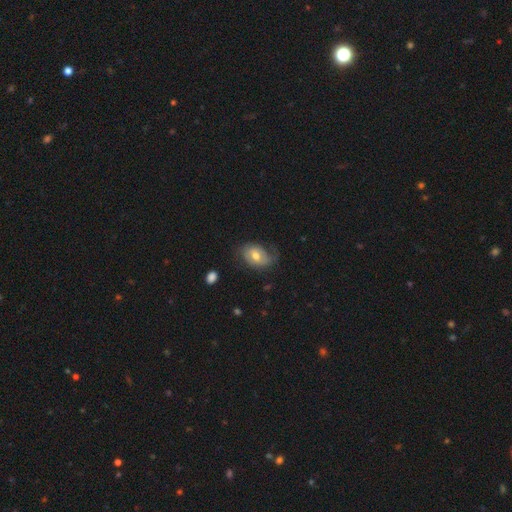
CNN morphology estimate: A featured or disk galaxy (47%). Merging: none (54%).